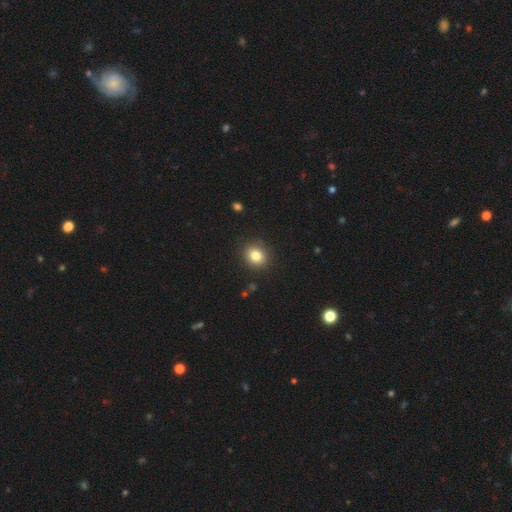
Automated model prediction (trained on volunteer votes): smooth 82%, star or artifact 11%, featured or disk 7%. Down the decision tree: how rounded — round (72%); merging — none (89%).